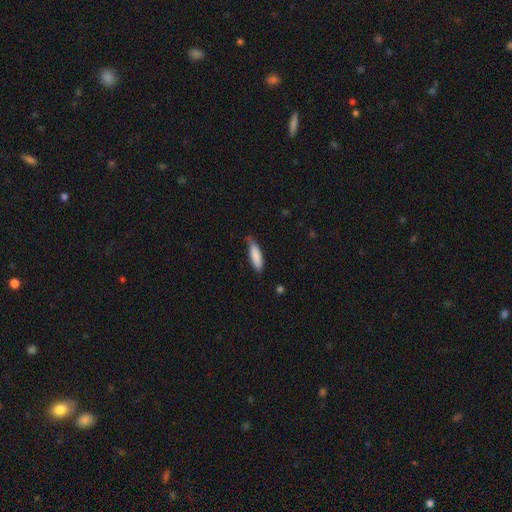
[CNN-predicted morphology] Overall: smooth (85%). How rounded: cigar-shaped (60%; in between 39%). Merging: none (62%; minor disturbance 32%).